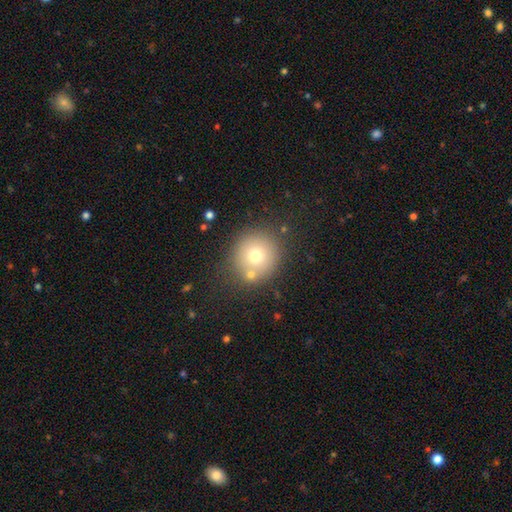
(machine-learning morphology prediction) Smooth or featured? smooth (70%)
How rounded? round (91%)
Merging? none (76%)